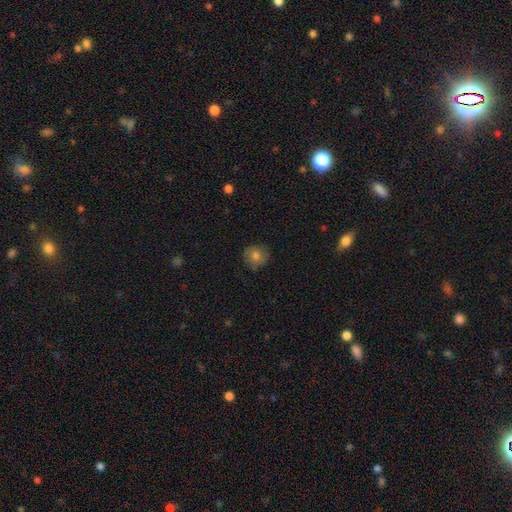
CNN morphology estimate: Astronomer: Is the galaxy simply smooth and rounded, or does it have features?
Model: smooth — 74%.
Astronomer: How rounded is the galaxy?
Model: round — 89%.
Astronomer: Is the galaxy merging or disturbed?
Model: none — 81%.